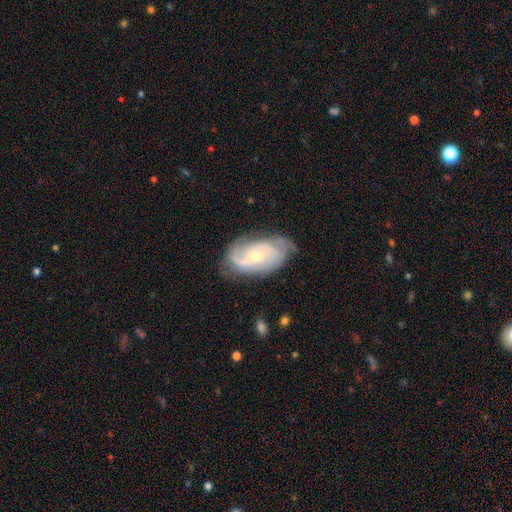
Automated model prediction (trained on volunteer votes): Overall: featured or disk (81%). Edge-on disk: no (96%). Bar: no (66%; weak 28%). Spiral arms: yes (93%). Spiral arm count: 2 (48%; can't tell 25%). Spiral winding: tight (47%; medium 39%). Bulge size: small (54%; moderate 43%). Merging: none (64%; minor disturbance 25%).